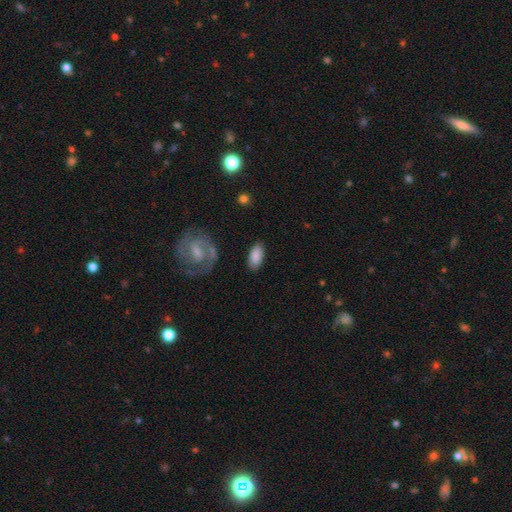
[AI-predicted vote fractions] The model was most divided on "merging": none: 83%, minor disturbance: 11%, major disturbance: 3%, merger: 2%. More confident: how rounded — in between (91%); smooth or featured — smooth (83%).